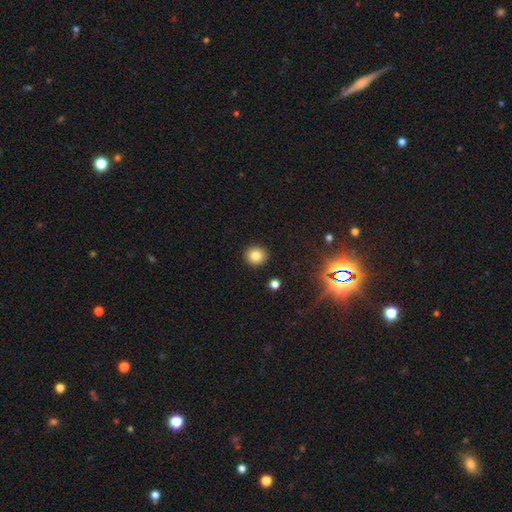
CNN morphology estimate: Overall: smooth (80%). How rounded: round (92%). Merging: none (92%).